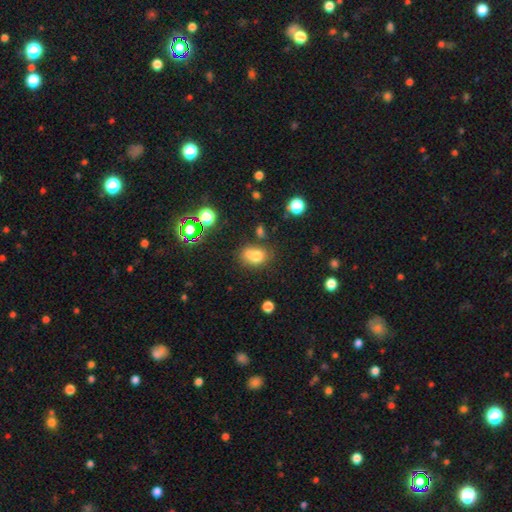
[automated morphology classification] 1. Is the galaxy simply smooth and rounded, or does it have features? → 72% smooth, 15% star or artifact, 13% featured or disk.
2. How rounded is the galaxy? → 52% in between, 47% round, 1% cigar-shaped.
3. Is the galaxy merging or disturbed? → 46% none, 31% merger, 17% minor disturbance, 7% major disturbance.